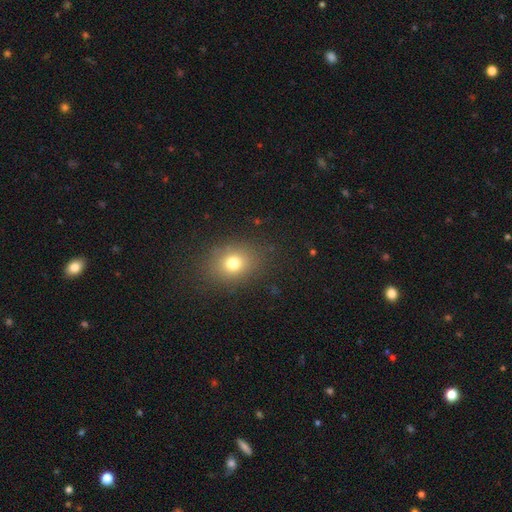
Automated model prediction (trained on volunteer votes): A smooth galaxy with no disk features (71%) that is in between round and cigar-shaped (52%). Merging: none (89%).